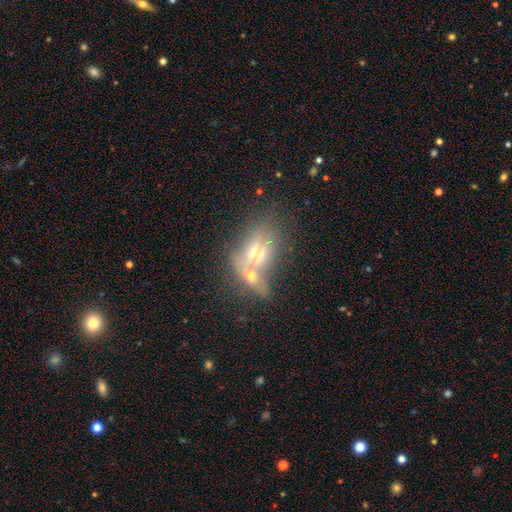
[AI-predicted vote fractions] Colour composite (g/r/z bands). It shows a featured or disk galaxy (47%). Merging: merger (53%).